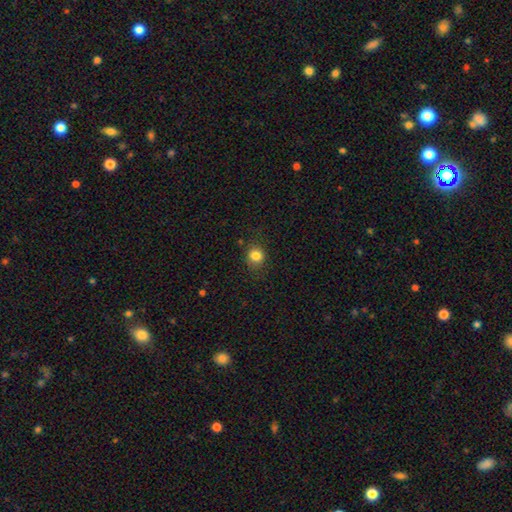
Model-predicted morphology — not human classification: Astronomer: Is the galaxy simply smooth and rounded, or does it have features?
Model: smooth — 83%.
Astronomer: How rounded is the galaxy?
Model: round — 77%.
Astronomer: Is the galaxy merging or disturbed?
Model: none — 82%.